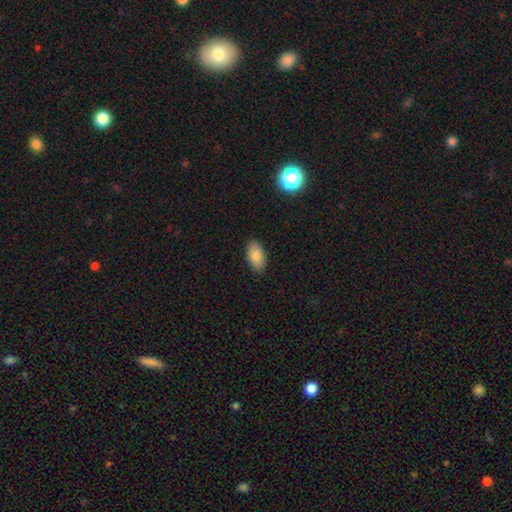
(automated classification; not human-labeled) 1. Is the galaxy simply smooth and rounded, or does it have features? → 83% smooth, 9% featured or disk, 7% star or artifact.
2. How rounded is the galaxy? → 94% in between, 4% round, 2% cigar-shaped.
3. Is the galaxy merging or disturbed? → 88% none, 9% minor disturbance, 2% major disturbance, 1% merger.